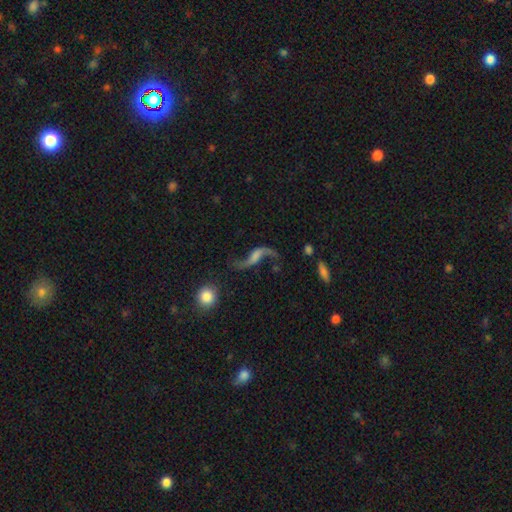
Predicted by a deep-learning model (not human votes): Smooth or featured: featured or disk — 85% (smooth — 8%)
Edge-on disk: no — 93% (yes — 7%)
Bar: no — 45% (weak — 38%)
Spiral arms: yes — 95% (no — 5%)
Spiral winding: loose — 95% (medium — 4%)
Spiral arm count: 2 — 93% (1 — 3%)
Bulge size: none — 42% (small — 28%)
Merging: none — 67% (minor disturbance — 16%)